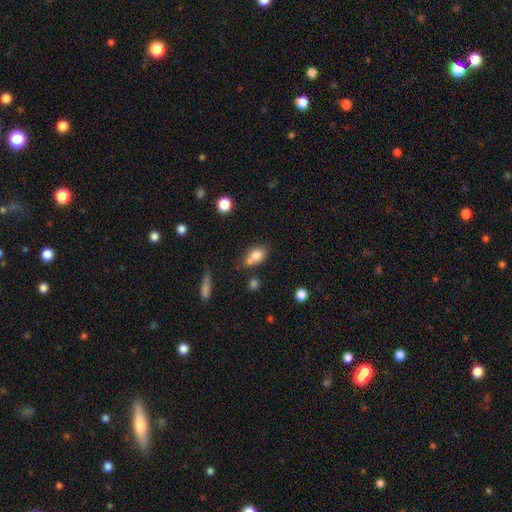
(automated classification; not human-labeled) smooth 79%, featured or disk 11%, star or artifact 10%. Down the decision tree: how rounded — in between (61%); merging — none (43%).